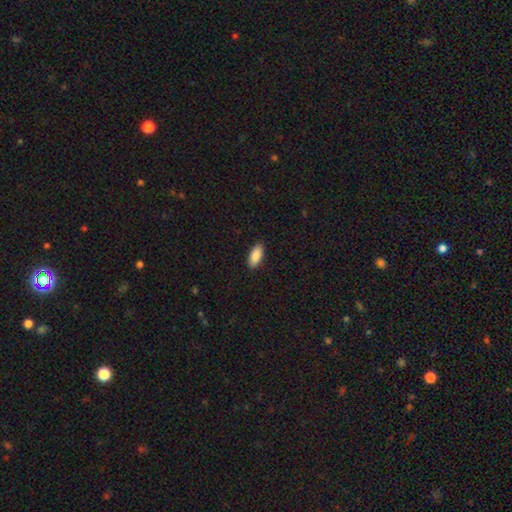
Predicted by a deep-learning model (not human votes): smooth 90%, star or artifact 6%, featured or disk 4%. Down the decision tree: how rounded — in between (85%); merging — none (89%).